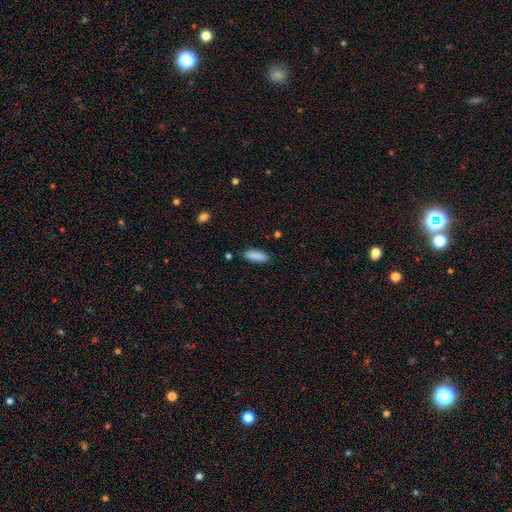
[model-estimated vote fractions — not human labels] Smooth or featured? smooth (89%)
How rounded? in between (71%)
Merging? none (85%)